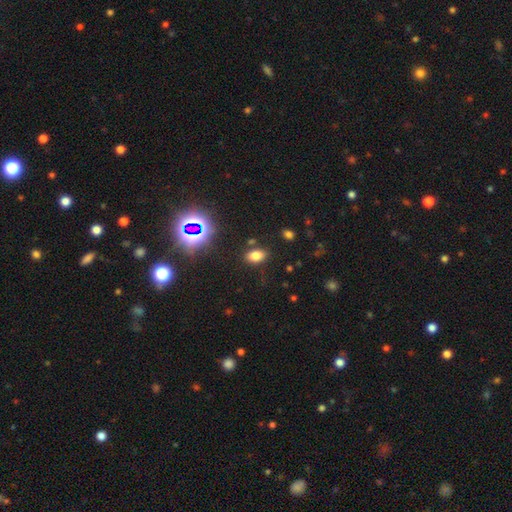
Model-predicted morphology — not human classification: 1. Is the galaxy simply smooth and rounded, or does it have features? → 74% smooth, 17% star or artifact, 8% featured or disk.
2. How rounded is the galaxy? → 86% in between, 12% round, 2% cigar-shaped.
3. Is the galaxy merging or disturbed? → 83% none, 10% minor disturbance, 4% merger, 3% major disturbance.